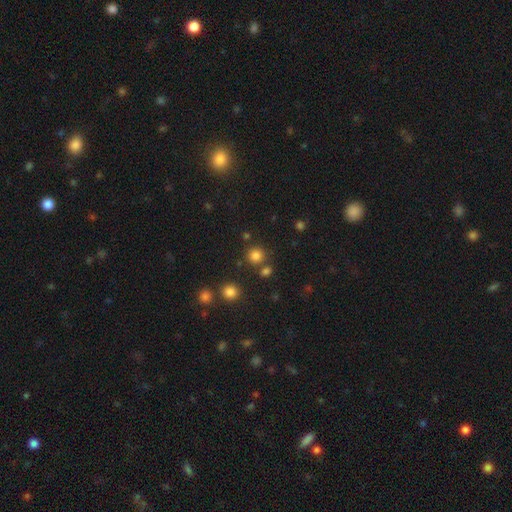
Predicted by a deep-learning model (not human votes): The model was most divided on "smooth or featured": smooth: 80%, star or artifact: 15%, featured or disk: 5%. More confident: how rounded — round (90%); merging — none (78%).